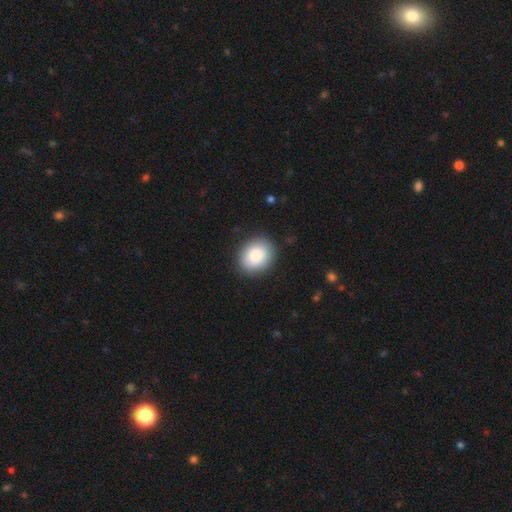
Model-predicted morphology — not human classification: Smooth or featured?
  - smooth: 85% *
  - featured or disk: 7%
  - star or artifact: 7%
How rounded?
  - round: 65% *
  - in between: 34%
  - cigar-shaped: 1%
Merging?
  - none: 88% *
  - minor disturbance: 9%
  - major disturbance: 2%
  - merger: 1%